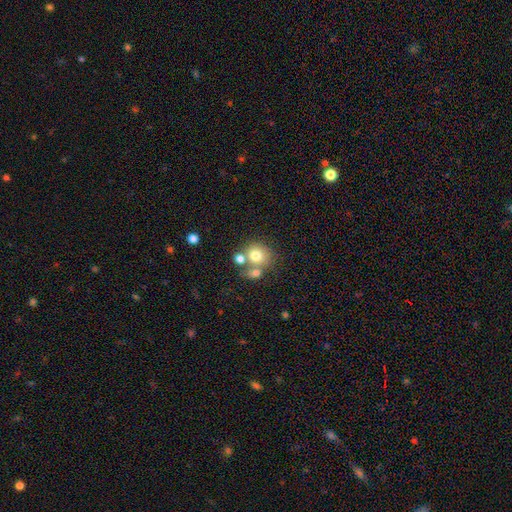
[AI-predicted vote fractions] Q: Smooth or featured?
A: smooth (74%); runner-up: featured or disk (14%)
Q: How rounded?
A: round (79%); runner-up: in between (20%)
Q: Merging?
A: none (48%); runner-up: merger (36%)